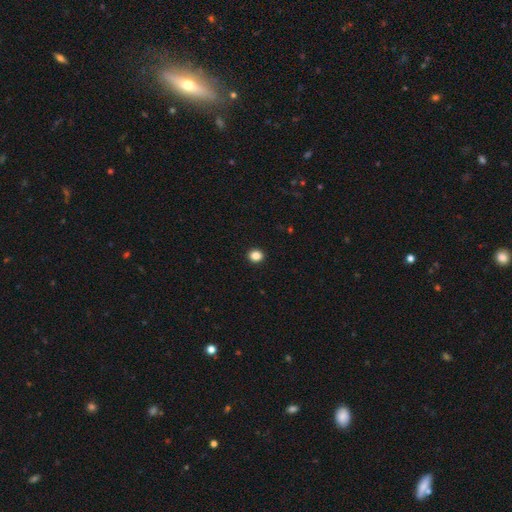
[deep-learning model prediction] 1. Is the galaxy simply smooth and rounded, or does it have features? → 86% smooth, 11% star or artifact, 3% featured or disk.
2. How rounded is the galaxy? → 76% round, 23% in between, 1% cigar-shaped.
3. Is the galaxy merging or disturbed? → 93% none, 5% minor disturbance, 2% major disturbance, 1% merger.